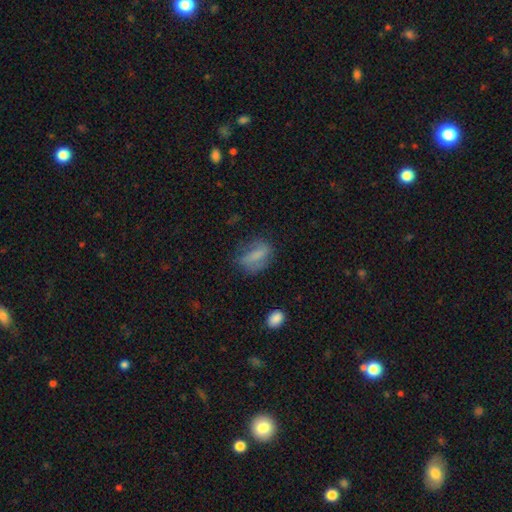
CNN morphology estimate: Smooth or featured? Predicted: smooth (p=0.61). How rounded? Predicted: in between (p=0.74). Merging? Predicted: none (p=0.62).